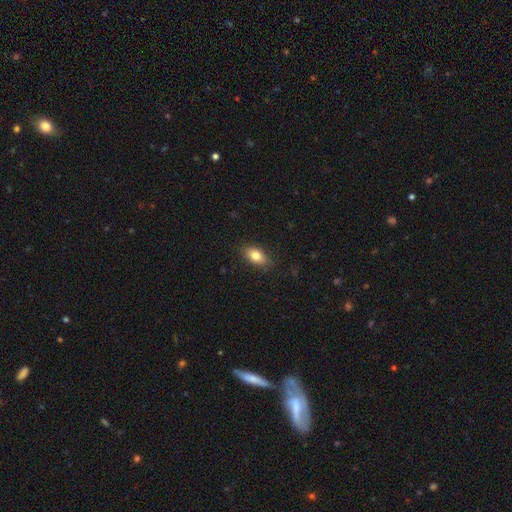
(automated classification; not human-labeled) Smooth or featured?
  - smooth: 80% *
  - featured or disk: 12%
  - star or artifact: 8%
How rounded?
  - in between: 85% *
  - round: 9%
  - cigar-shaped: 6%
Merging?
  - none: 85% *
  - minor disturbance: 11%
  - major disturbance: 2%
  - merger: 1%